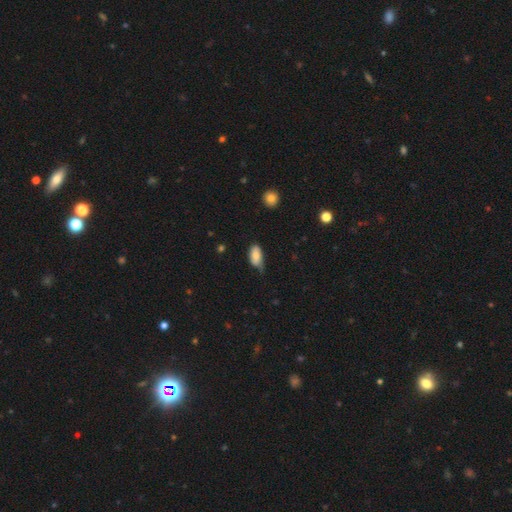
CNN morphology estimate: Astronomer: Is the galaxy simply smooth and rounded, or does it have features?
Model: smooth — 78%.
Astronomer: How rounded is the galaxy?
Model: in between — 92%.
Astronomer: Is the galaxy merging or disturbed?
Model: minor disturbance — 46% (runner-up: none, 38%).